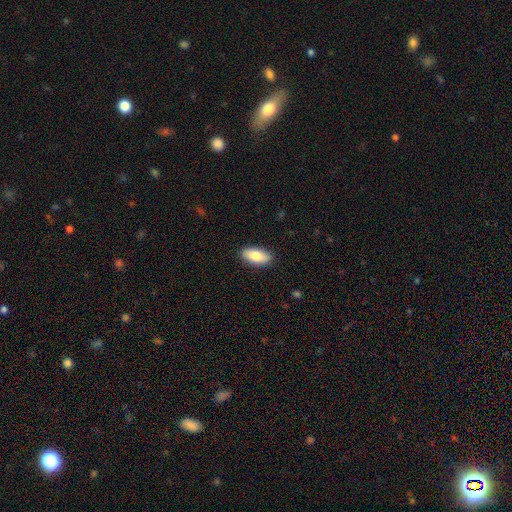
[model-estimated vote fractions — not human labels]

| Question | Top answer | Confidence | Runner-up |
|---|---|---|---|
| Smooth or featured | smooth | 82% | featured or disk (13%) |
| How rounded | in between | 88% | cigar-shaped (9%) |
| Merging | none | 89% | minor disturbance (9%) |